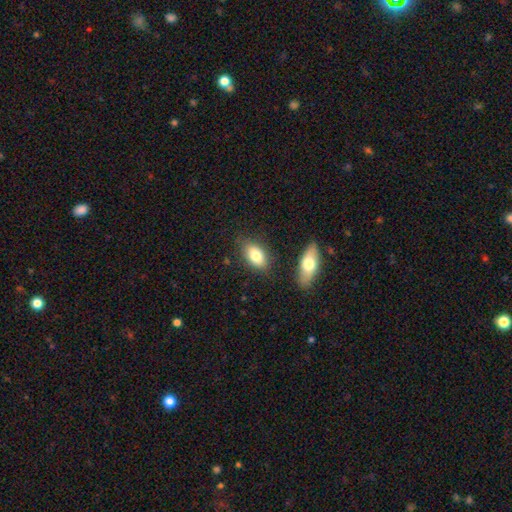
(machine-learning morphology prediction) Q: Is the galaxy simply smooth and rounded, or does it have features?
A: smooth — 80%.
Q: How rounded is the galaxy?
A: in between — 90%.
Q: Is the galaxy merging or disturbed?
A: none — 79%.